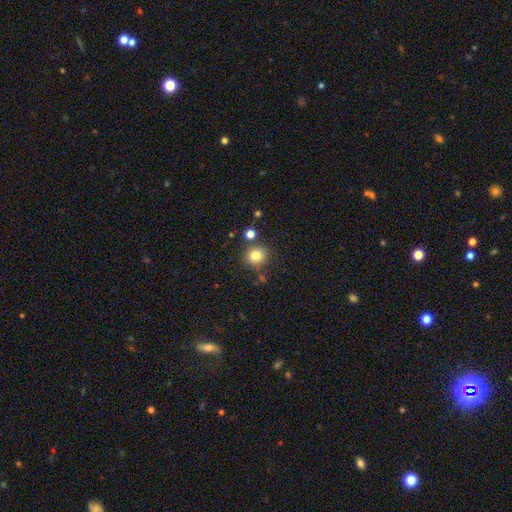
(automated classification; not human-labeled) Smooth or featured: smooth — 81% (star or artifact — 12%)
How rounded: round — 86% (in between — 13%)
Merging: none — 79% (minor disturbance — 9%)